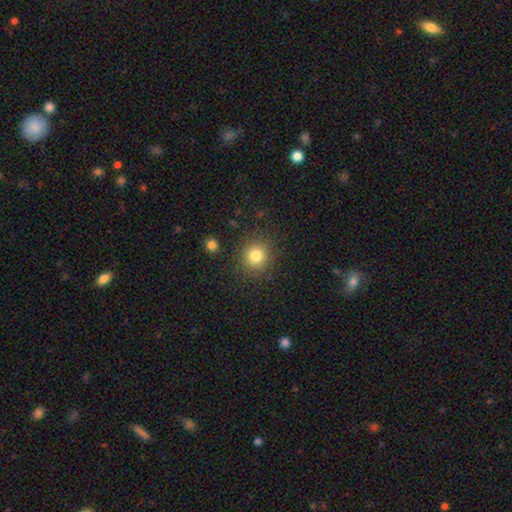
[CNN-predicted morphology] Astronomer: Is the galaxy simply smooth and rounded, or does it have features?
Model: smooth — 81%.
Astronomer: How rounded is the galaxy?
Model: round — 90%.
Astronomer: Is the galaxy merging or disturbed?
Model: none — 87%.